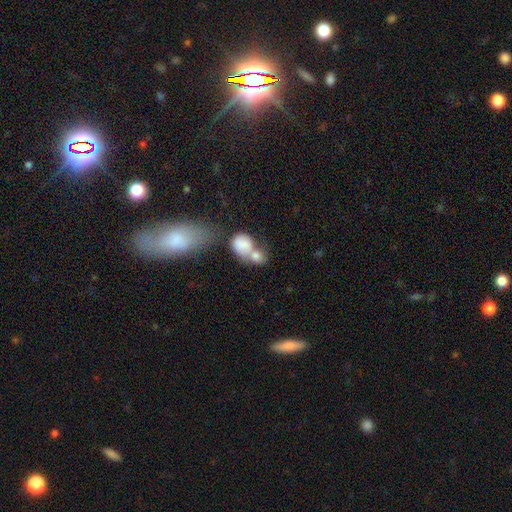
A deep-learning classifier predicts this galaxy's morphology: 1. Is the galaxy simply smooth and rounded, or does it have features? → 78% smooth, 14% featured or disk, 8% star or artifact.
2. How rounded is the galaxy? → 56% in between, 42% round, 2% cigar-shaped.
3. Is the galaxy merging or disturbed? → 66% merger, 18% none, 8% major disturbance, 8% minor disturbance.